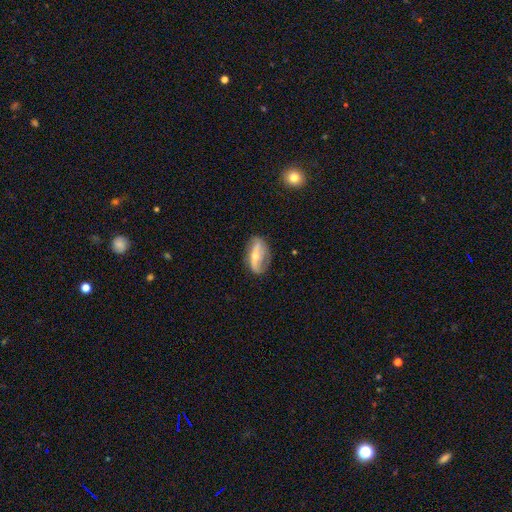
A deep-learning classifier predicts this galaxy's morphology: A featured or disk galaxy (70%) with a strong bar (54%), spiral arms (69%) and a moderate central bulge (51%).

Vote fractions:
- Smooth or featured? featured or disk: 70% / smooth: 24% / star or artifact: 6%
- Edge-on disk? no: 81% / yes: 19%
- Bar? strong: 54% / weak: 23% / no: 22%
- Spiral arms? yes: 69% / no: 31%
- Bulge size? moderate: 51% / small: 44% / large: 2% / none: 2% / dominant: 1%
- Merging? none: 73% / minor disturbance: 19% / major disturbance: 6% / merger: 2%